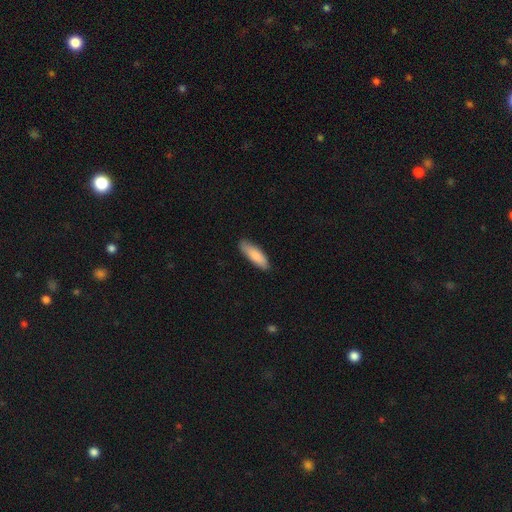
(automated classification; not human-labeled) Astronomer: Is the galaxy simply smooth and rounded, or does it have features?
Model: smooth — 85%.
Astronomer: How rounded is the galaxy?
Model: in between — 51% (runner-up: cigar-shaped, 47%).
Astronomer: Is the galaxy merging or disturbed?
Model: none — 85%.